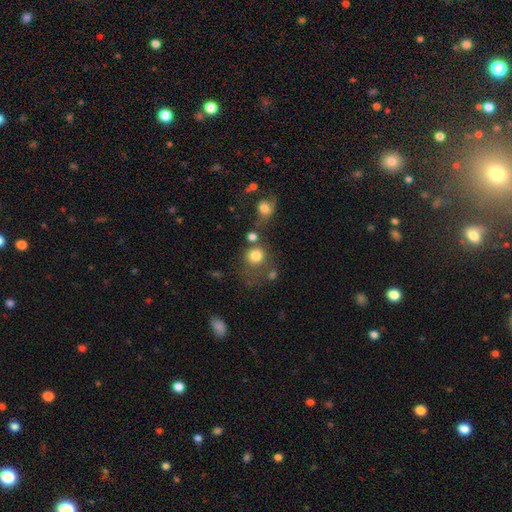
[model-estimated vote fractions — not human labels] Morphology: type=smooth (78%); roundness=round (84%); merging=none (54%).